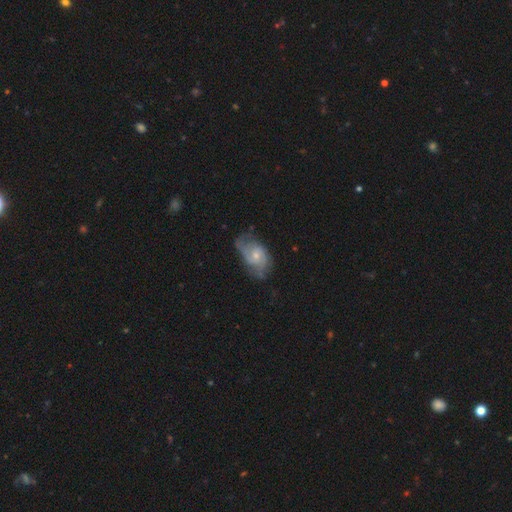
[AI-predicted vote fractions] This appears to be a featured or disk galaxy (74%) with no bar (61%), 2 (67%) medium (48%) spiral arms (92%) and a small central bulge (56%). Merging: none (55%).